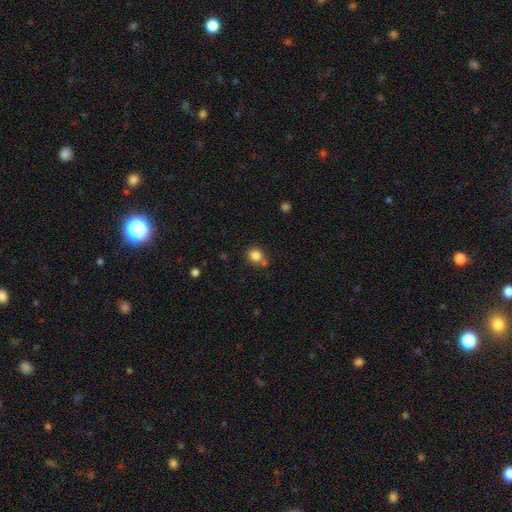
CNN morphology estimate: This is clearly a smooth galaxy (83%). How rounded: clearly round (80%). Merging: likely none (69%).